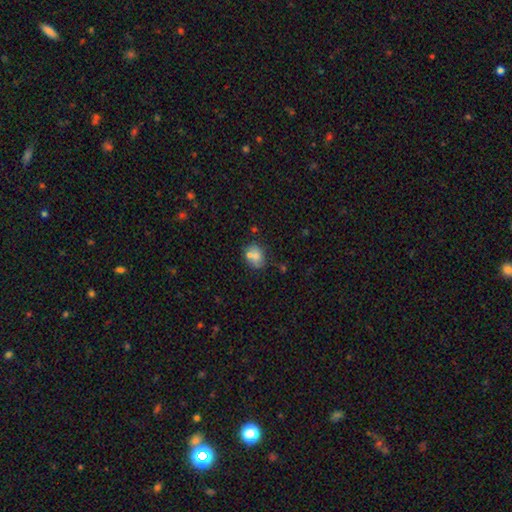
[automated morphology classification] A smooth galaxy with no disk features (66%) that is in between round and cigar-shaped (57%).

Vote fractions:
- Smooth or featured? smooth: 66% / featured or disk: 22% / star or artifact: 12%
- How rounded? in between: 57% / round: 42% / cigar-shaped: 1%
- Merging? none: 52% / merger: 25% / minor disturbance: 18% / major disturbance: 6%